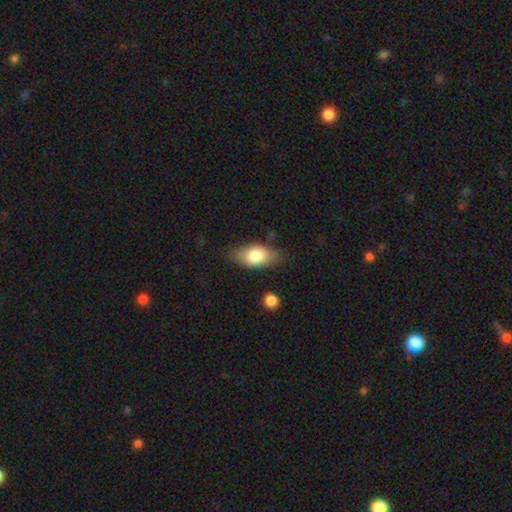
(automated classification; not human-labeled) This is likely a smooth galaxy (76%). How rounded: clearly in between (87%). Merging: likely none (72%).